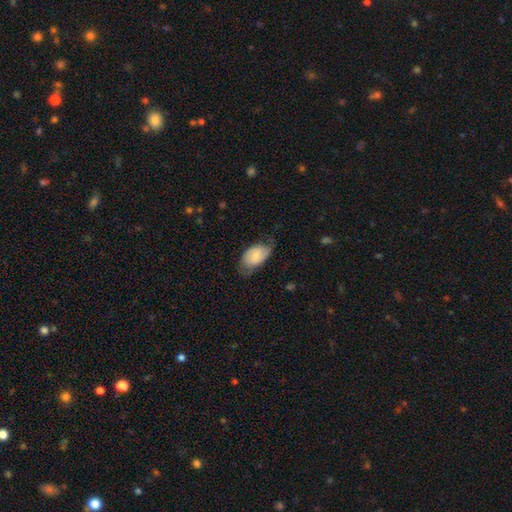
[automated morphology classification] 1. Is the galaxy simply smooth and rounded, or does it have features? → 58% smooth, 35% featured or disk, 7% star or artifact.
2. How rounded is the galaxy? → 92% in between, 6% round, 2% cigar-shaped.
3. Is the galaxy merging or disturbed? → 53% none, 31% minor disturbance, 15% major disturbance, 1% merger.